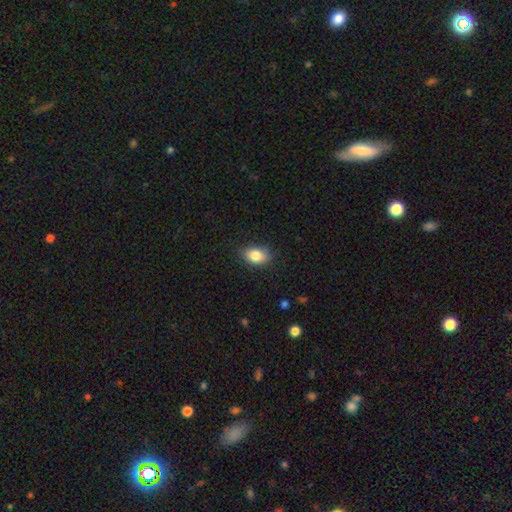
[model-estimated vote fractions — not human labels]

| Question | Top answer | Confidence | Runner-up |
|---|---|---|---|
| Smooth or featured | smooth | 83% | featured or disk (8%) |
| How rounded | in between | 82% | round (17%) |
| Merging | none | 83% | minor disturbance (14%) |